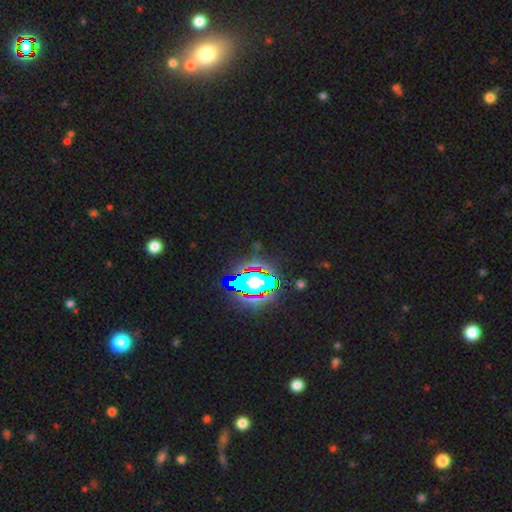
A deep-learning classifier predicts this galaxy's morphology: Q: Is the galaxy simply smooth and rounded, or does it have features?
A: star or artifact — 75%.